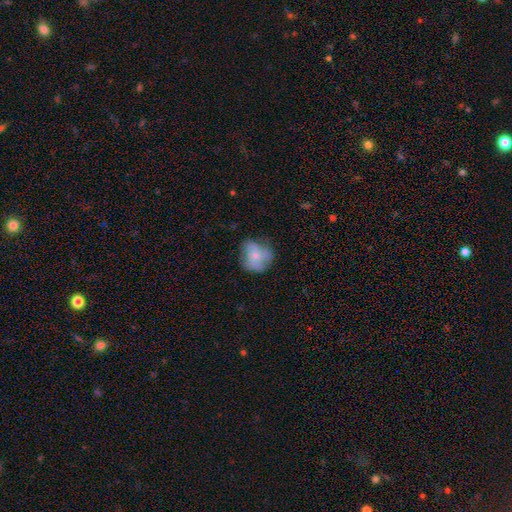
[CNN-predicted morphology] Smooth or featured: featured or disk — 48% (smooth — 44%)
Merging: none — 61% (minor disturbance — 25%)